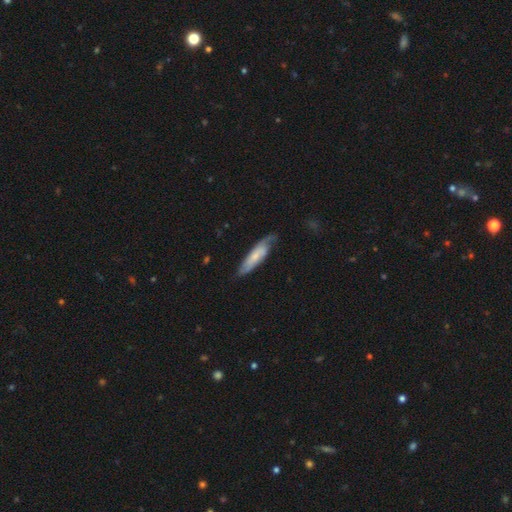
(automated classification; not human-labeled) This appears to be a smooth galaxy with no disk features (48%). Merging: none (64%).